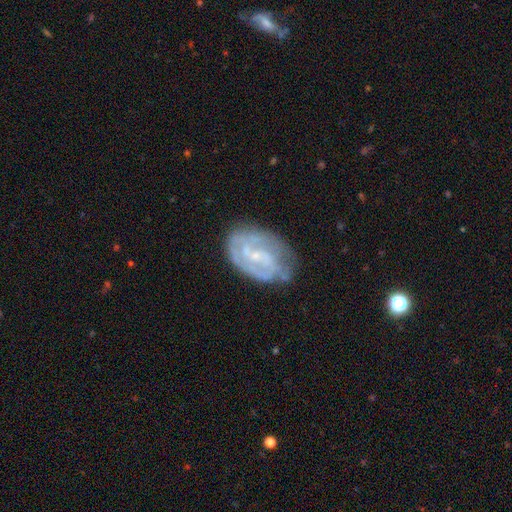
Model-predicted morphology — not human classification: Smooth or featured? Predicted: featured or disk (p=0.78). Edge-on disk? Predicted: no (p=0.97). Bar? Predicted: weak (p=0.49). Spiral arms? Predicted: yes (p=0.86). Spiral winding? Predicted: tight (p=0.52). Spiral arm count? Predicted: 2 (p=0.49). Bulge size? Predicted: small (p=0.68). Merging? Predicted: none (p=0.66).